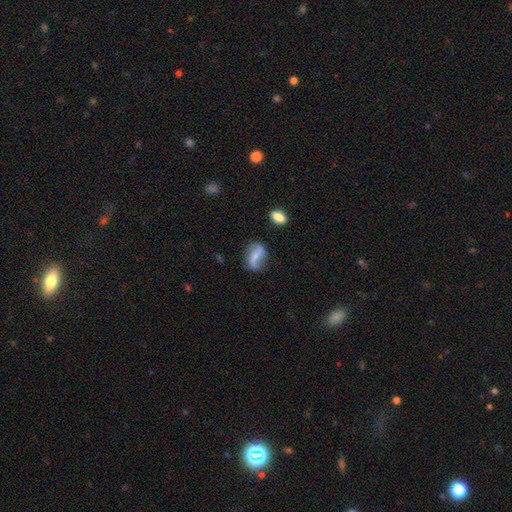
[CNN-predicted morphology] Q: Smooth or featured?
A: featured or disk (47%); runner-up: smooth (43%)
Q: Merging?
A: none (57%); runner-up: minor disturbance (25%)